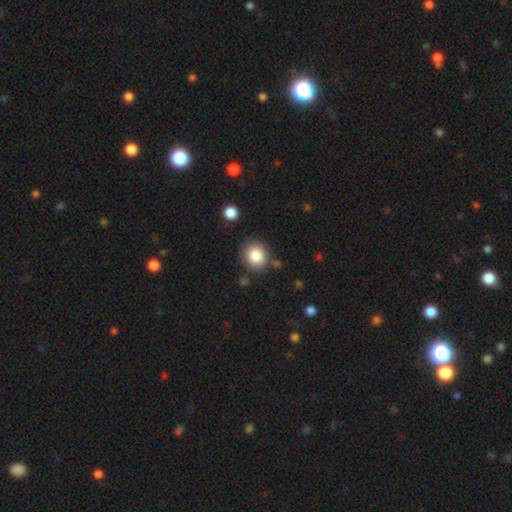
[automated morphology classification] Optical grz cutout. It shows a smooth galaxy with no disk features (86%) that is round (85%). Merging: none (82%).